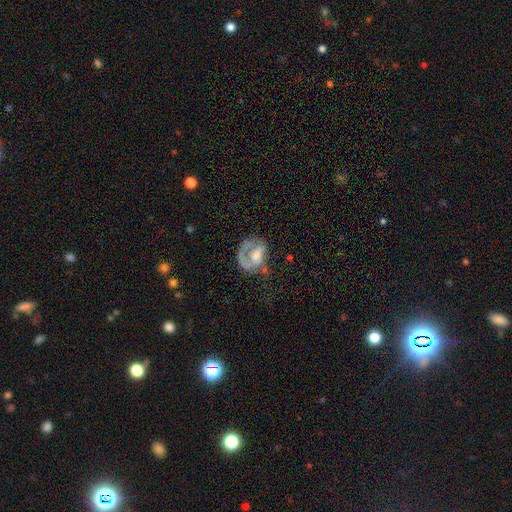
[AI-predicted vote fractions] smooth-or-featured: featured or disk: 66% | smooth: 27% | star or artifact: 8%
  disk-edge-on: no: 97% | yes: 3%
    bar: no: 62% | weak: 30% | strong: 8%
    has-spiral-arms: yes: 66% | no: 34%
    bulge-size: moderate: 50% | small: 26% | large: 12% | none: 11% | dominant: 2%
  merging: major disturbance: 41% | none: 34% | minor disturbance: 20% | merger: 5%